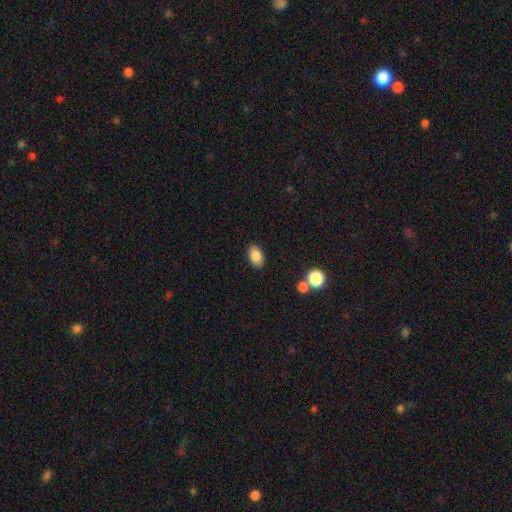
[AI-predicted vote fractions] Morphology: type=smooth (86%); roundness=in between (92%); merging=none (86%).